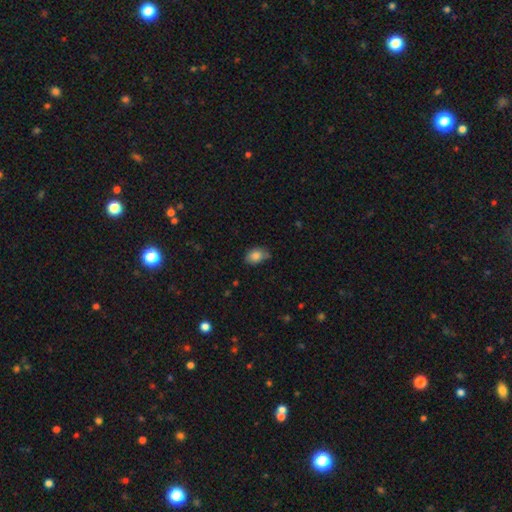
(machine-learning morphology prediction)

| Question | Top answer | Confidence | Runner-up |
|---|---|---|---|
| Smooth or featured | smooth | 83% | featured or disk (9%) |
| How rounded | in between | 84% | round (15%) |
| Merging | none | 61% | minor disturbance (32%) |